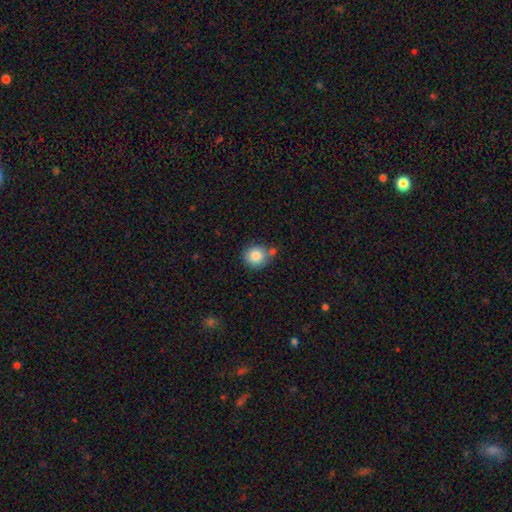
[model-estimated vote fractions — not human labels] This appears to be a smooth galaxy with no disk features (84%) that is round (89%). Merging: none (68%).